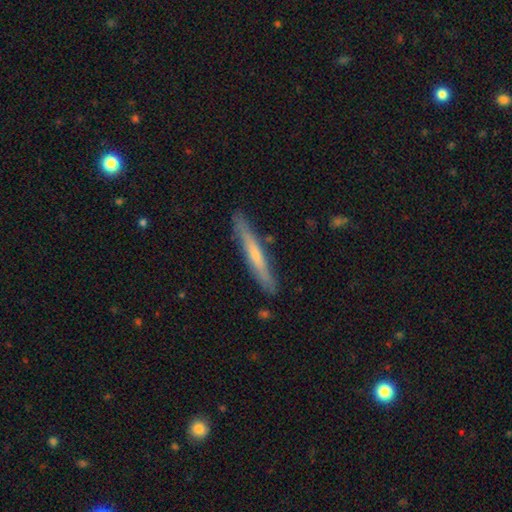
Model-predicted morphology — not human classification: Smooth or featured? Predicted: smooth (p=0.51). How rounded? Predicted: cigar-shaped (p=0.95). Merging? Predicted: none (p=0.85).